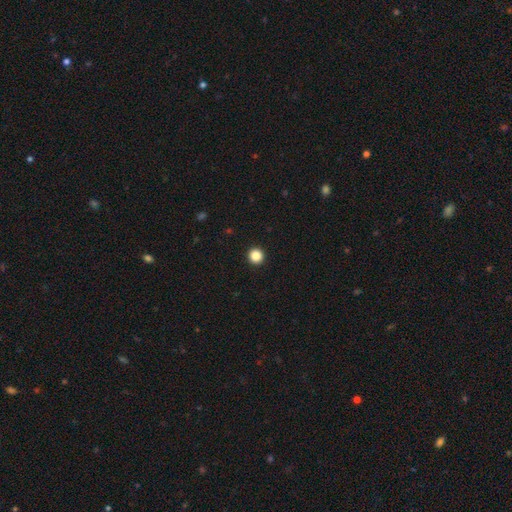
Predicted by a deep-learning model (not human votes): smooth_or_featured: smooth (p=0.86) [alt: star or artifact p=0.11]
how_rounded: round (p=0.96) [alt: in between p=0.03]
merging: none (p=0.94) [alt: minor disturbance p=0.03]